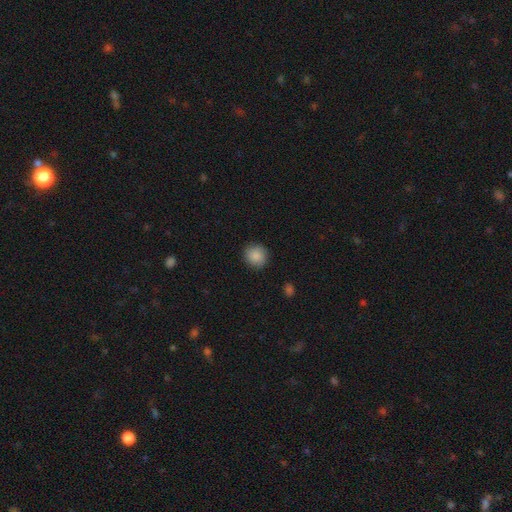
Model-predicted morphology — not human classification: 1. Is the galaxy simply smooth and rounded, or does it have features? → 88% smooth, 8% star or artifact, 3% featured or disk.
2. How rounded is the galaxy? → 90% round, 9% in between, 1% cigar-shaped.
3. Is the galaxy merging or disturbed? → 90% none, 7% minor disturbance, 2% major disturbance, 1% merger.